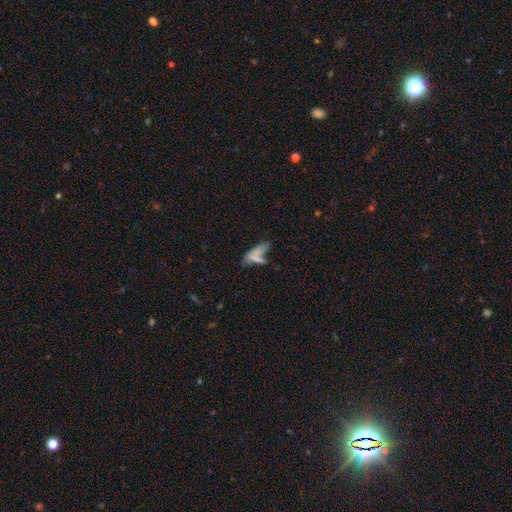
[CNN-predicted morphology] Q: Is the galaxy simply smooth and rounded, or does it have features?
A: smooth — 67%.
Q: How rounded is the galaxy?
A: in between — 51%.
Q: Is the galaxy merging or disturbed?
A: merger — 41%.